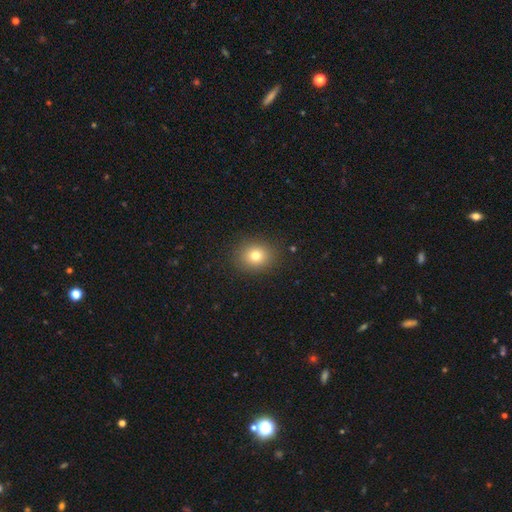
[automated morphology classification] Smooth or featured?
  - smooth: 78% *
  - star or artifact: 13%
  - featured or disk: 9%
How rounded?
  - round: 71% *
  - in between: 28%
  - cigar-shaped: 1%
Merging?
  - none: 88% *
  - minor disturbance: 8%
  - major disturbance: 3%
  - merger: 1%